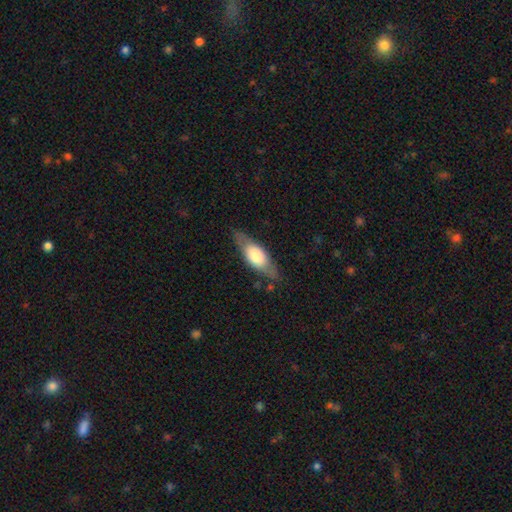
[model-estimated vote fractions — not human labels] This is possibly a smooth galaxy (55%). How rounded: likely in between (65%). Merging: likely none (76%).